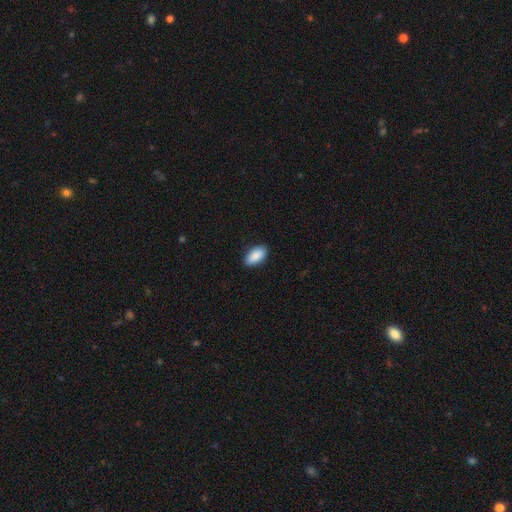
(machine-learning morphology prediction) smooth 88%, star or artifact 6%, featured or disk 6%. Down the decision tree: how rounded — in between (94%); merging — none (88%).